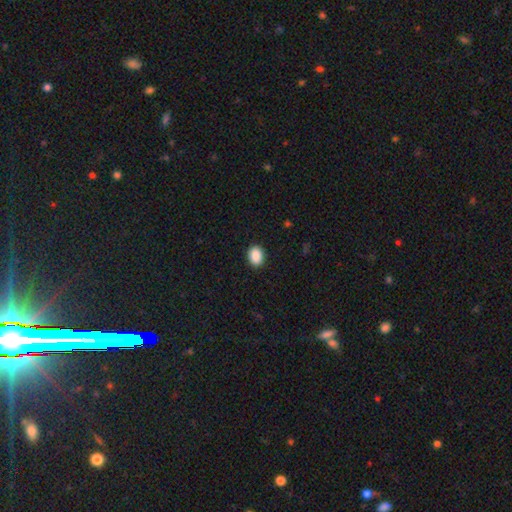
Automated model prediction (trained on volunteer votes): smooth 89%, star or artifact 8%, featured or disk 3%. Down the decision tree: how rounded — in between (66%); merging — none (91%).